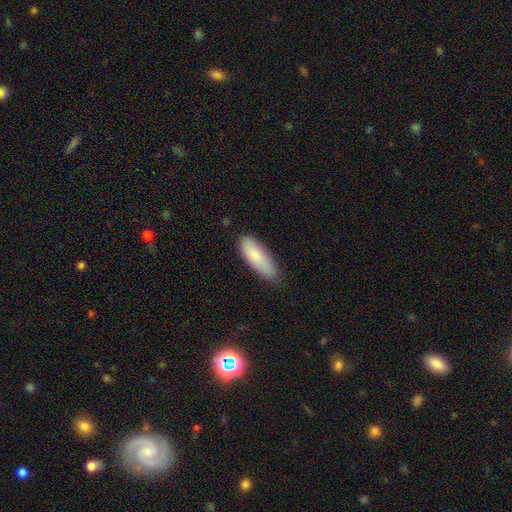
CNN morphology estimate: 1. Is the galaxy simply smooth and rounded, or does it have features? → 85% smooth, 9% featured or disk, 6% star or artifact.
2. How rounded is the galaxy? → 64% in between, 35% cigar-shaped, 2% round.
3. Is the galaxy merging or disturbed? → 72% none, 23% minor disturbance, 4% major disturbance, 1% merger.